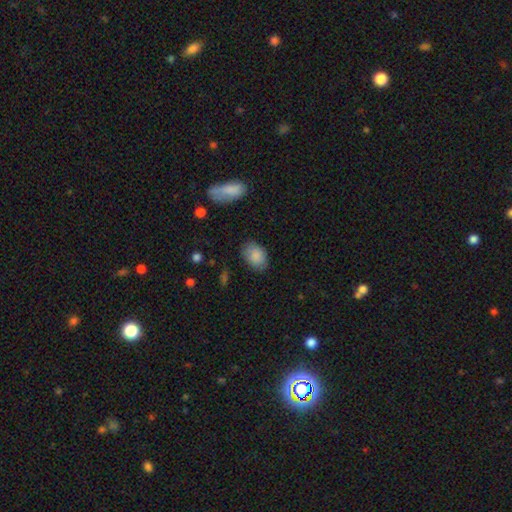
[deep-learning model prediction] This is clearly a smooth galaxy (86%). How rounded: clearly in between (80%). Merging: likely none (78%).